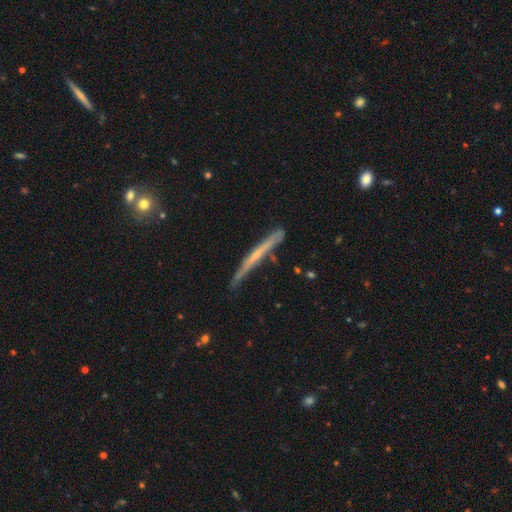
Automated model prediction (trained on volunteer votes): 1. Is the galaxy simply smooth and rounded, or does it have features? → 62% featured or disk, 32% smooth, 7% star or artifact.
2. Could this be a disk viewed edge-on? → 95% yes, 5% no.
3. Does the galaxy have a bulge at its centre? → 61% none, 33% rounded, 6% boxy.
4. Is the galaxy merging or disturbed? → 69% none, 23% minor disturbance, 4% major disturbance, 4% merger.